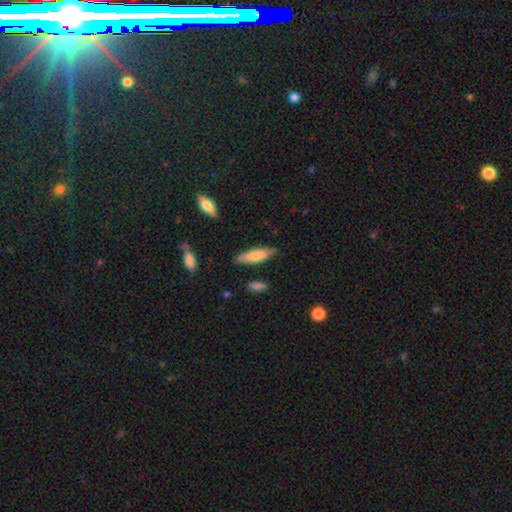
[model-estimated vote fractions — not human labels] Smooth or featured?
  - smooth: 75% *
  - featured or disk: 19%
  - star or artifact: 6%
How rounded?
  - cigar-shaped: 64% *
  - in between: 35%
  - round: 2%
Merging?
  - none: 83% *
  - minor disturbance: 13%
  - major disturbance: 2%
  - merger: 2%